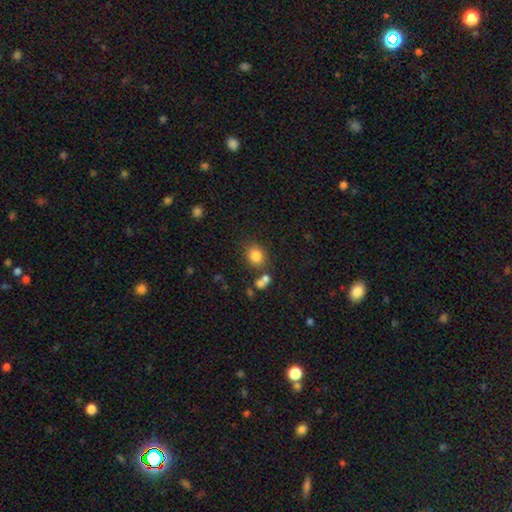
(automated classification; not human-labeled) Morphology: type=smooth (82%); roundness=round (69%); merging=none (73%).